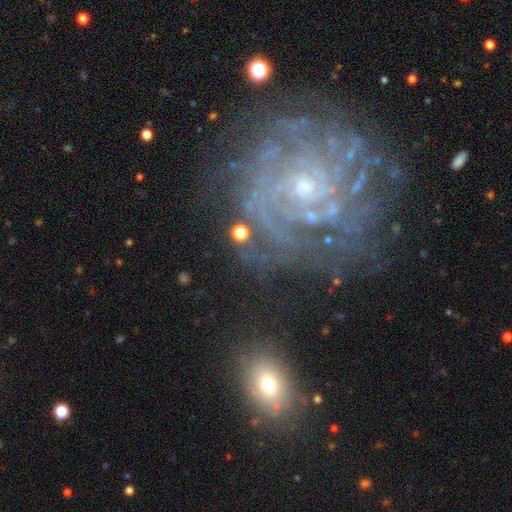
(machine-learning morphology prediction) Smooth or featured: featured or disk — 82% (star or artifact — 10%)
Edge-on disk: no — 97% (yes — 3%)
Bar: no — 73% (weak — 20%)
Spiral arms: yes — 93% (no — 7%)
Spiral winding: tight — 74% (medium — 21%)
Spiral arm count: can't tell — 36% (4 — 16%)
Bulge size: small — 67% (moderate — 27%)
Merging: none — 70% (minor disturbance — 17%)